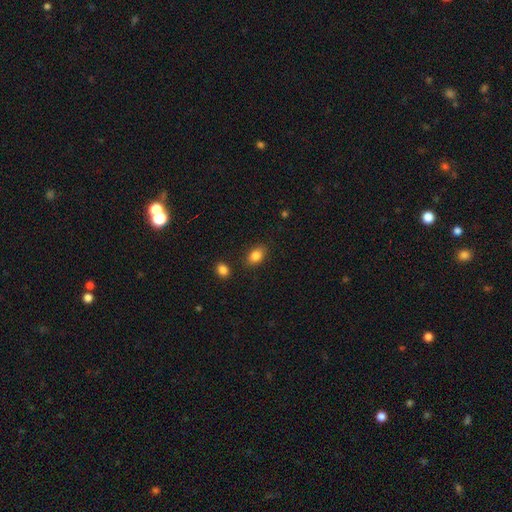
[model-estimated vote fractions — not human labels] The model was most divided on "how rounded": in between: 83%, round: 15%, cigar-shaped: 2%. More confident: smooth or featured — smooth (85%); merging — none (83%).